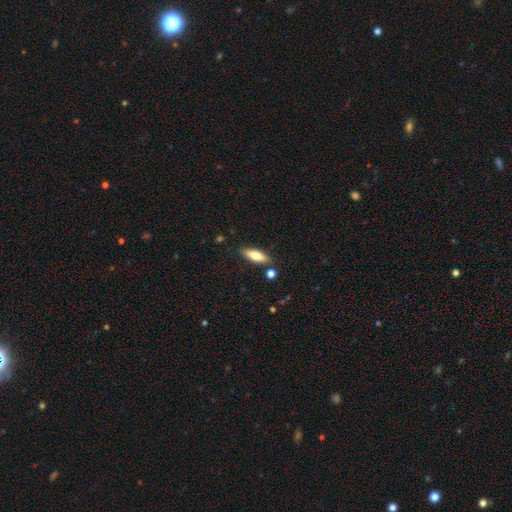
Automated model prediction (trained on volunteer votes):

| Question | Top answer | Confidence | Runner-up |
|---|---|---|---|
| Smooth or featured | smooth | 68% | featured or disk (26%) |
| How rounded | in between | 53% | cigar-shaped (44%) |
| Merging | none | 84% | minor disturbance (10%) |